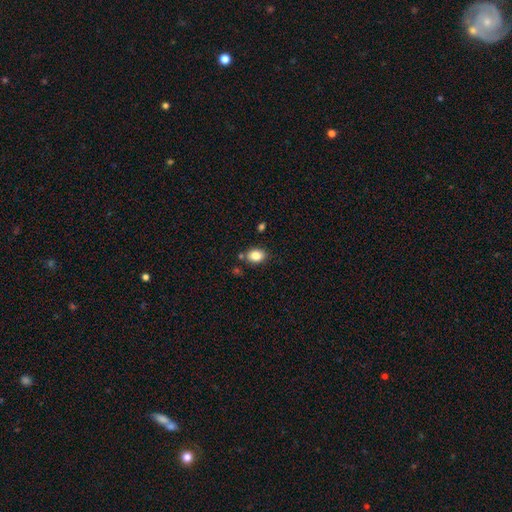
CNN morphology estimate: The model was most divided on "how rounded": in between: 68%, round: 31%, cigar-shaped: 1%. More confident: smooth or featured — smooth (84%); merging — none (78%).